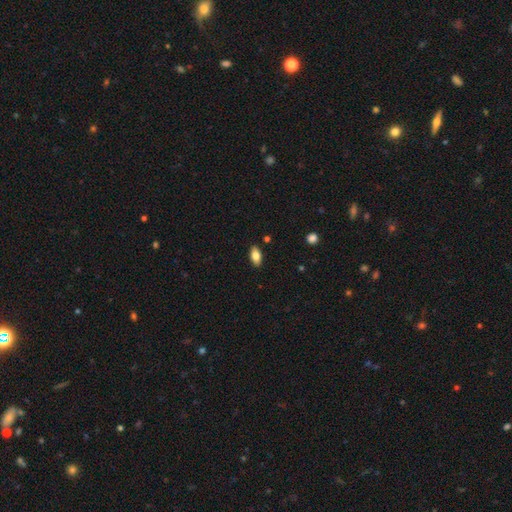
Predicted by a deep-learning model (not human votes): smooth 79%, featured or disk 14%, star or artifact 7%. Down the decision tree: how rounded — in between (91%); merging — none (89%).